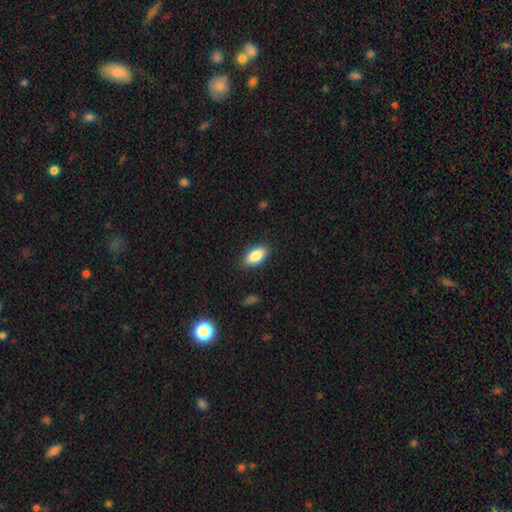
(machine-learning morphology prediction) smooth-or-featured: smooth: 85% | featured or disk: 7% | star or artifact: 7%
  how-rounded: in between: 91% | cigar-shaped: 5% | round: 3%
  merging: none: 88% | minor disturbance: 9% | major disturbance: 2% | merger: 1%